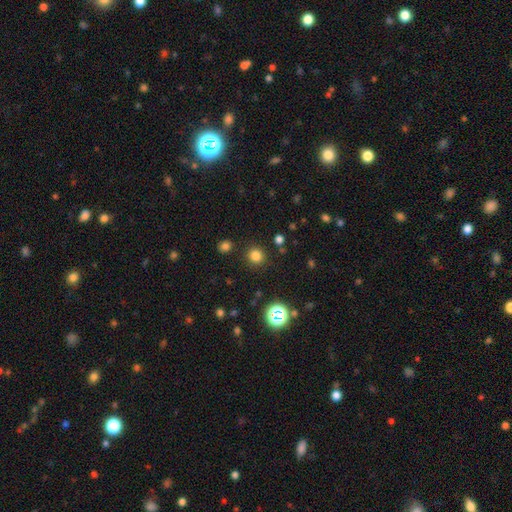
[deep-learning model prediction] smooth 78%, star or artifact 17%, featured or disk 4%. Down the decision tree: how rounded — round (92%); merging — none (89%).